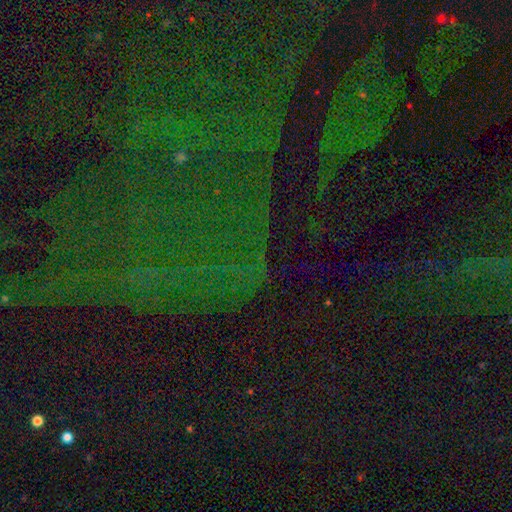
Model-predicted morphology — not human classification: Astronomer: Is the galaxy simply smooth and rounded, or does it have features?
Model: star or artifact — 84%.